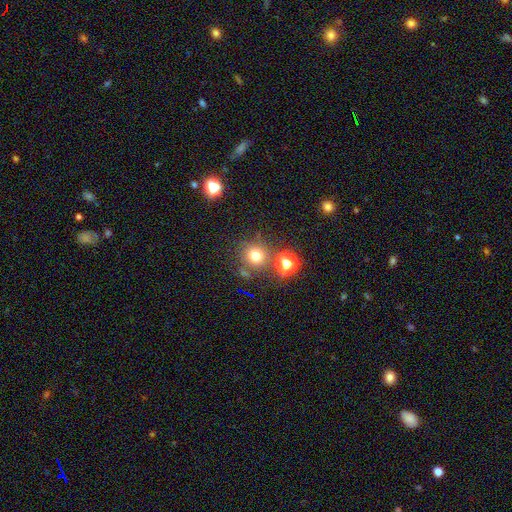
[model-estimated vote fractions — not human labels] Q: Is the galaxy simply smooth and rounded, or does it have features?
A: smooth — 72%.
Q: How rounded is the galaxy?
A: round — 91%.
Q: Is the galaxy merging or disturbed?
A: none — 75%.